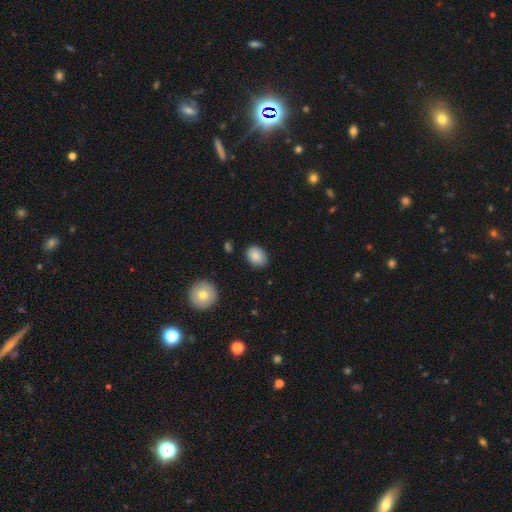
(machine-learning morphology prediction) smooth_or_featured: smooth (p=0.87) [alt: star or artifact p=0.08]
how_rounded: in between (p=0.61) [alt: round p=0.38]
merging: none (p=0.83) [alt: minor disturbance p=0.13]